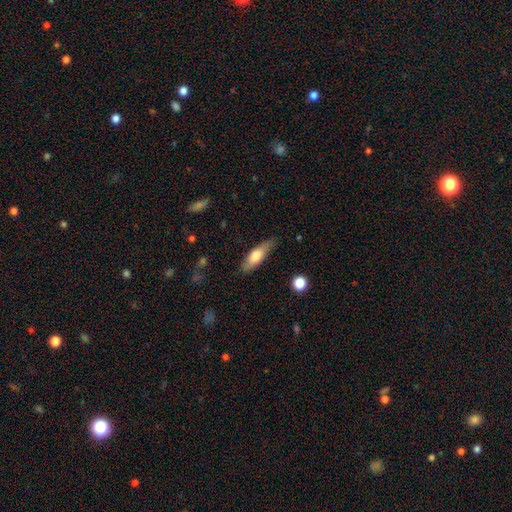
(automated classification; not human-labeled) A smooth galaxy with no disk features (66%) that is in between round and cigar-shaped (49%, tied with cigar-shaped). Merging: none (76%).